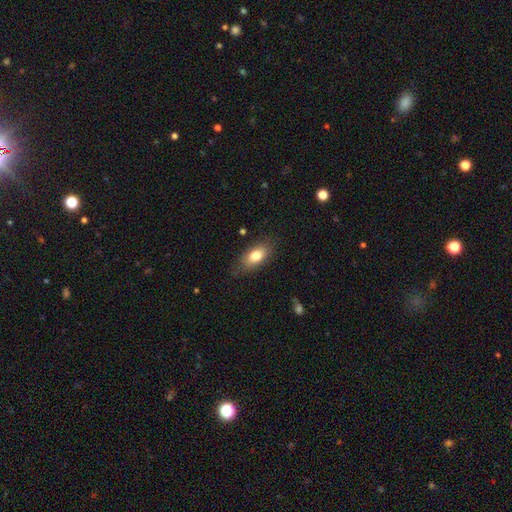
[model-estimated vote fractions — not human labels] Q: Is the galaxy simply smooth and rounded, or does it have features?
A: smooth — 80%.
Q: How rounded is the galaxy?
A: in between — 87%.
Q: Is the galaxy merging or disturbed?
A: none — 78%.